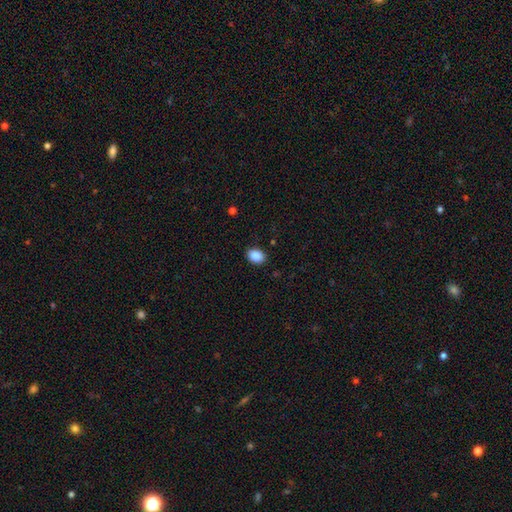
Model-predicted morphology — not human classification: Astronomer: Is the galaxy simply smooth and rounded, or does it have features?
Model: smooth — 89%.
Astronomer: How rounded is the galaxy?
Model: in between — 72%.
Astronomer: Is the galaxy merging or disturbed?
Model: none — 88%.